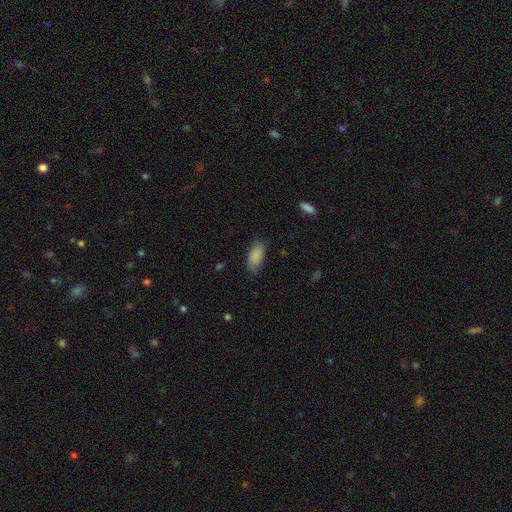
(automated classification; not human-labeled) This appears to be a smooth galaxy with no disk features (86%) that is in between round and cigar-shaped (91%). Merging: none (74%).